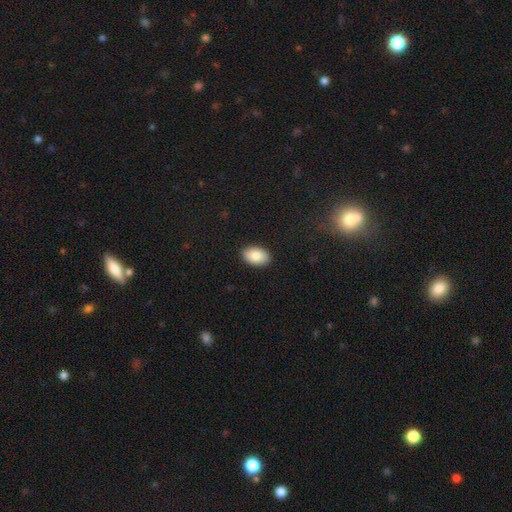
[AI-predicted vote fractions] A smooth galaxy with no disk features (84%) that is in between round and cigar-shaped (92%).

Vote fractions:
- Smooth or featured? smooth: 84% / featured or disk: 9% / star or artifact: 7%
- How rounded? in between: 92% / round: 7% / cigar-shaped: 1%
- Merging? none: 89% / minor disturbance: 8% / major disturbance: 2% / merger: 1%